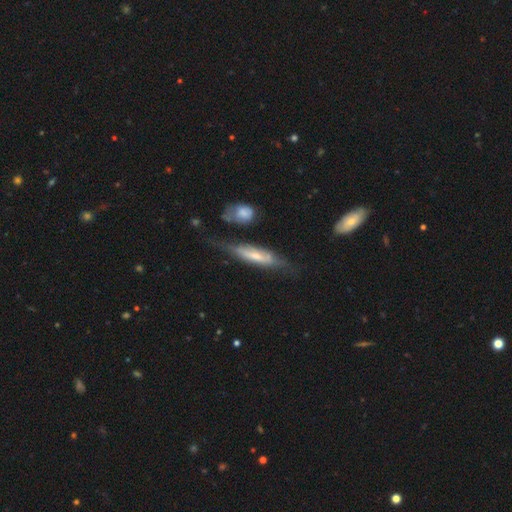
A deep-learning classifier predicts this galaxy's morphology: Smooth or featured? Predicted: featured or disk (p=0.55). Edge-on disk? Predicted: yes (p=0.63). Merging? Predicted: none (p=0.49).